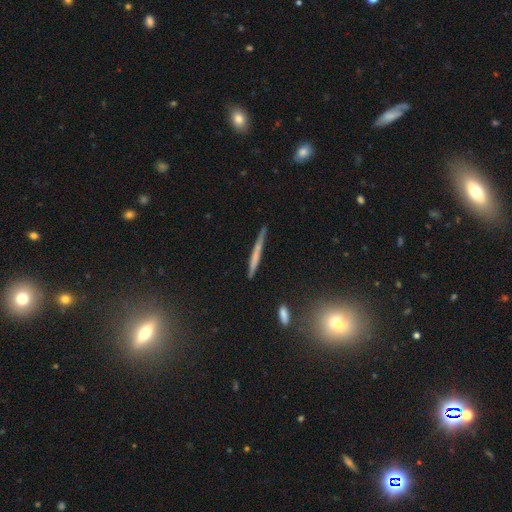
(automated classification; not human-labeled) smooth_or_featured: smooth (p=0.47) [alt: featured or disk p=0.46]
merging: none (p=0.85) [alt: minor disturbance p=0.10]